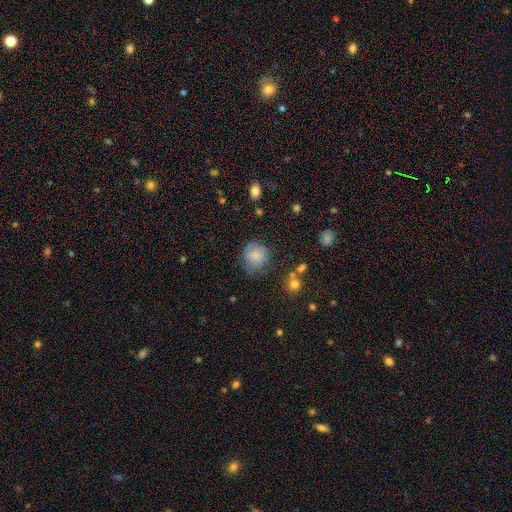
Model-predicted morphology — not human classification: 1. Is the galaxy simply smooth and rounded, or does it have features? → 77% smooth, 14% featured or disk, 9% star or artifact.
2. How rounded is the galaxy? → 81% round, 18% in between, 1% cigar-shaped.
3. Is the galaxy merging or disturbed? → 56% none, 29% minor disturbance, 12% major disturbance, 3% merger.